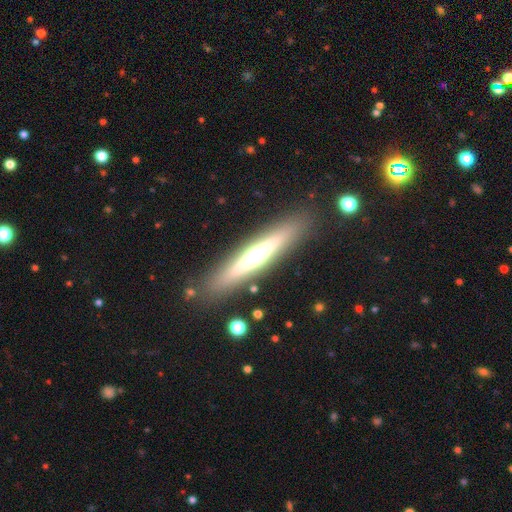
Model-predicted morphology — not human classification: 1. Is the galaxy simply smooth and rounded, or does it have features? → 59% featured or disk, 33% smooth, 8% star or artifact.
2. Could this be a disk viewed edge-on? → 92% yes, 8% no.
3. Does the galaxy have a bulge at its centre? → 83% rounded, 8% none, 8% boxy.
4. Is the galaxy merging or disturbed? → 87% none, 8% minor disturbance, 3% major disturbance, 2% merger.